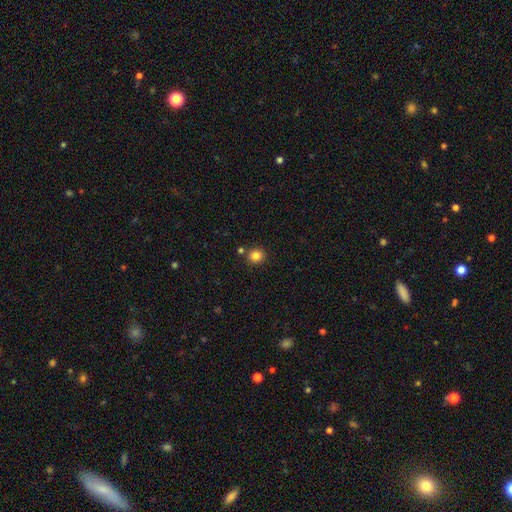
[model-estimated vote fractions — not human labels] A smooth galaxy with no disk features (83%) that is round (88%).

Vote fractions:
- Smooth or featured? smooth: 83% / star or artifact: 12% / featured or disk: 5%
- How rounded? round: 88% / in between: 11% / cigar-shaped: 1%
- Merging? none: 83% / merger: 7% / minor disturbance: 7% / major disturbance: 2%